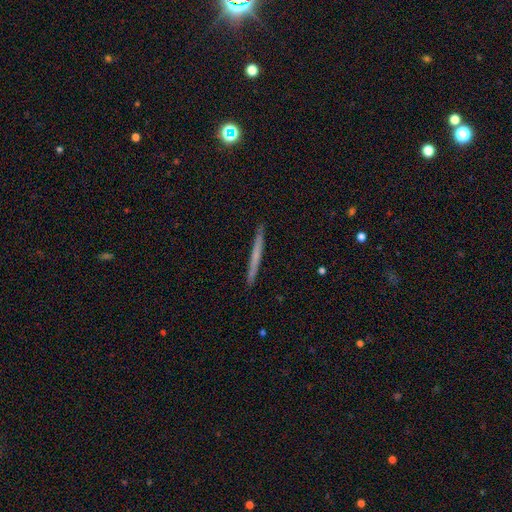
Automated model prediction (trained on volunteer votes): Overall: smooth (52%; featured or disk 42%). How rounded: cigar-shaped (97%). Merging: none (92%).